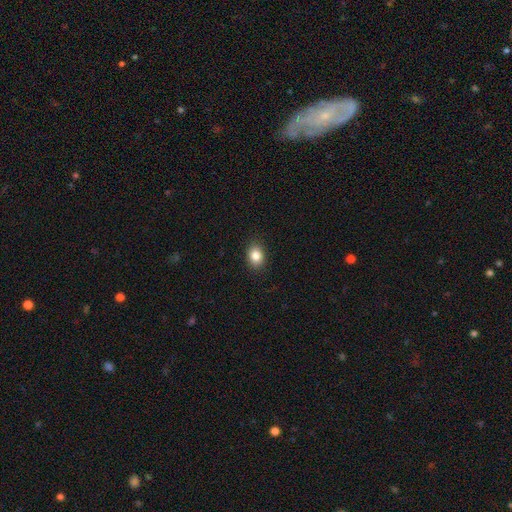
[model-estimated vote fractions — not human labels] Smooth or featured? smooth (85%)
How rounded? in between (60%)
Merging? none (88%)